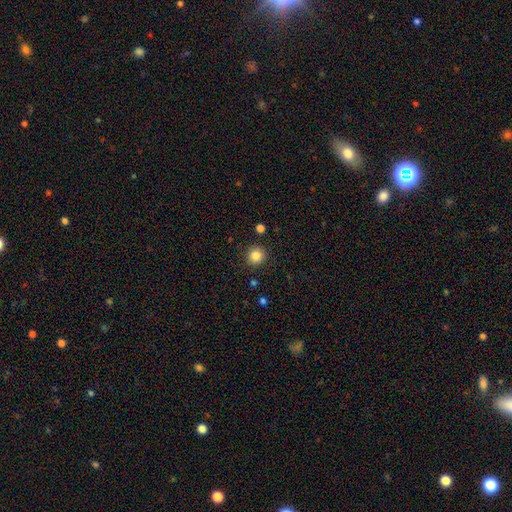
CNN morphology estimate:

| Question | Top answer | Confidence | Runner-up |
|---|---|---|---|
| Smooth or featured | smooth | 85% | star or artifact (11%) |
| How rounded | round | 93% | in between (6%) |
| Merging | none | 91% | minor disturbance (6%) |